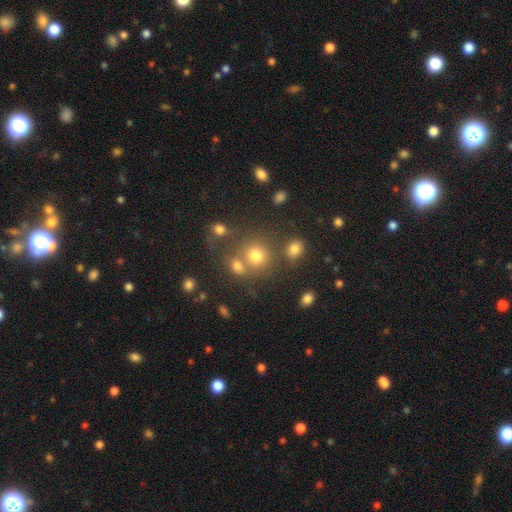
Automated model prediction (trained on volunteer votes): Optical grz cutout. It shows a smooth galaxy with no disk features (73%) that is round (83%). Merging: none (58%).